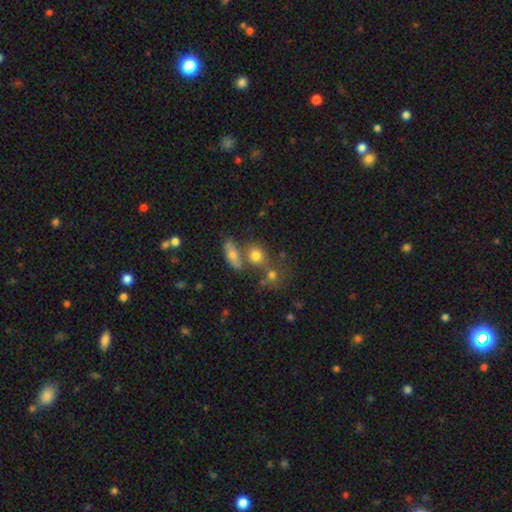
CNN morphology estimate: Smooth or featured? smooth (75%)
How rounded? round (58%)
Merging? none (50%)